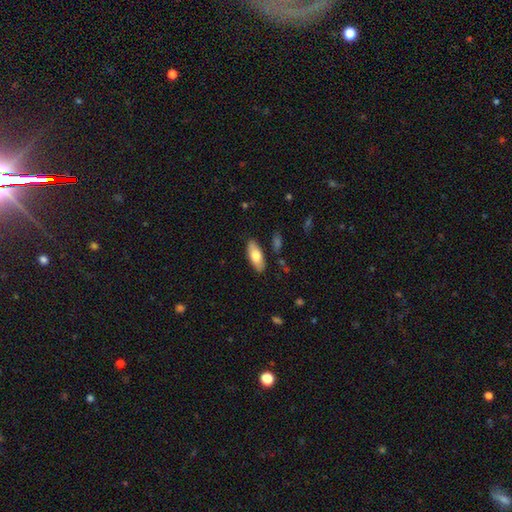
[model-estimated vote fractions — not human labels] Smooth or featured? smooth (73%)
How rounded? in between (80%)
Merging? none (87%)